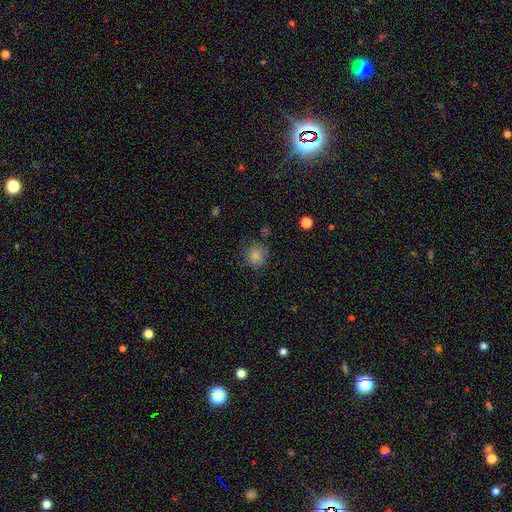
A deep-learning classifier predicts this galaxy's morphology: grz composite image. It shows a smooth galaxy with no disk features (83%) that is round (88%). Merging: none (78%).